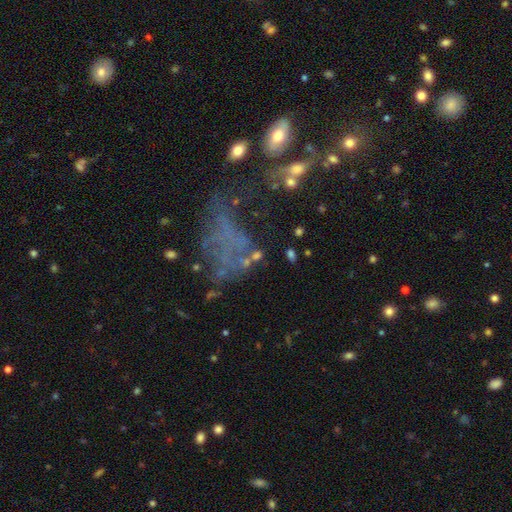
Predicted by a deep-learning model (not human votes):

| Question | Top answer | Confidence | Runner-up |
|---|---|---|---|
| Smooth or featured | featured or disk | 43% | smooth (30%) |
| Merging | major disturbance | 37% | none (34%) |